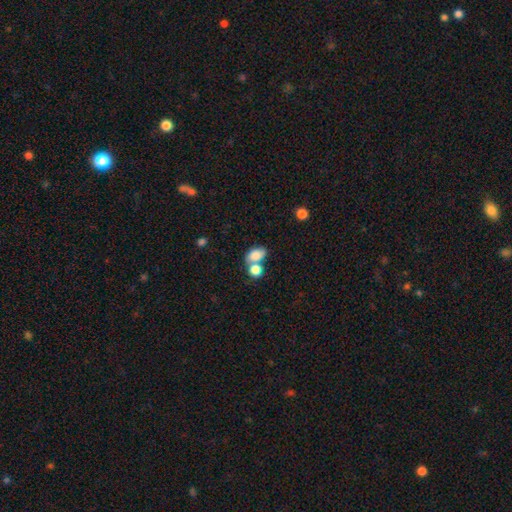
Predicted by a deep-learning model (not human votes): smooth_or_featured: smooth (p=0.80) [alt: featured or disk p=0.11]
how_rounded: in between (p=0.78) [alt: round p=0.20]
merging: merger (p=0.44) [alt: none p=0.38]